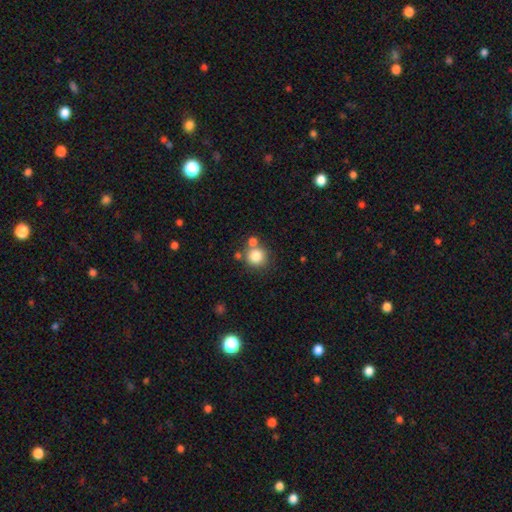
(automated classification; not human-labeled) Smooth or featured: smooth — 81% (star or artifact — 11%)
How rounded: round — 91% (in between — 8%)
Merging: none — 66% (merger — 21%)